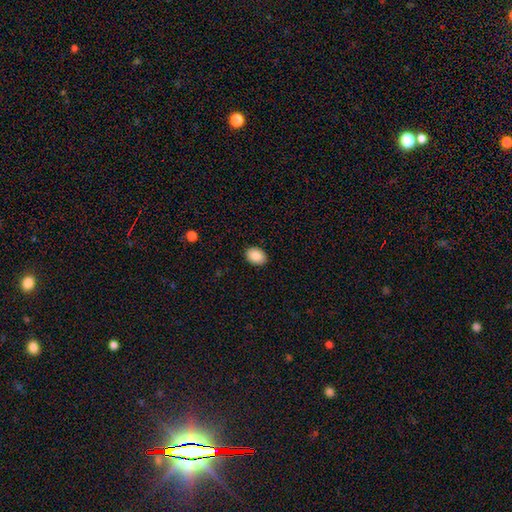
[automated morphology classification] type=smooth (90%); roundness=in between (74%); merging=none (90%).